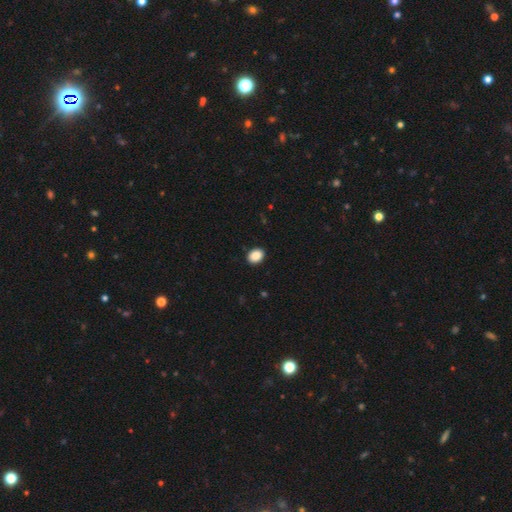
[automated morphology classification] Smooth or featured: smooth — 89% (star or artifact — 8%)
How rounded: in between — 57% (round — 42%)
Merging: none — 90% (minor disturbance — 7%)